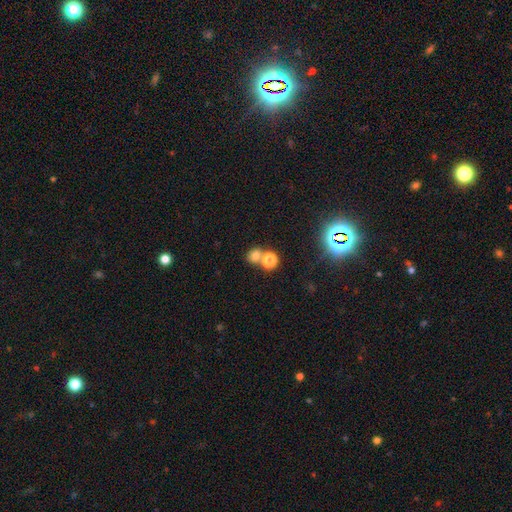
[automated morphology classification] smooth 72%, star or artifact 19%, featured or disk 10%. Down the decision tree: how rounded — round (67%); merging — none (45%).